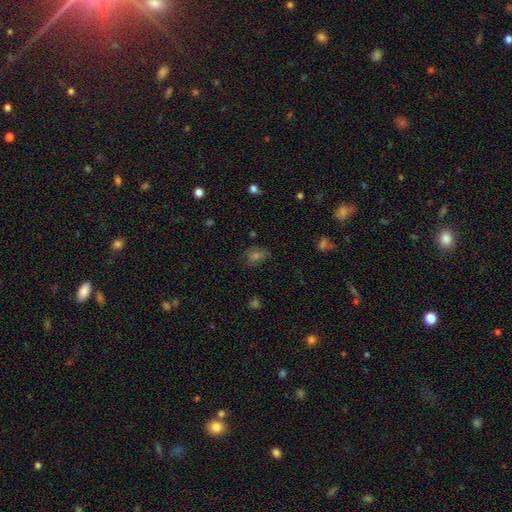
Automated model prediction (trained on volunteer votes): The model was most divided on "smooth or featured": smooth: 48%, star or artifact: 33%, featured or disk: 19%. More confident: merging — none (70%).